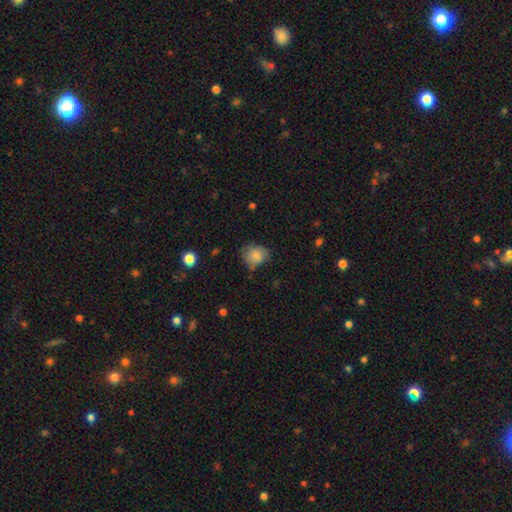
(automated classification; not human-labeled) smooth 79%, featured or disk 12%, star or artifact 9%. Down the decision tree: how rounded — round (60%); merging — none (58%).